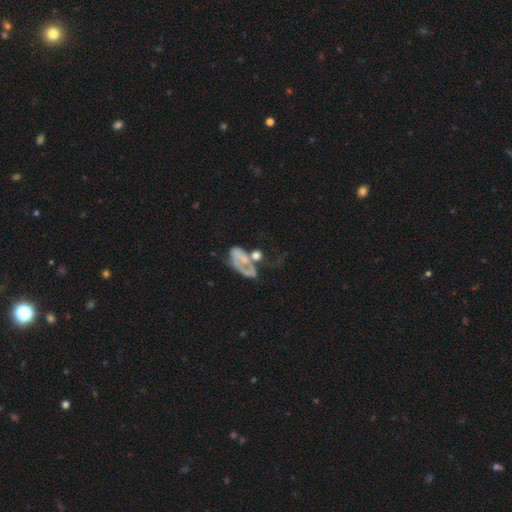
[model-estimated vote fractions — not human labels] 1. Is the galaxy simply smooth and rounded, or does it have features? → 44% featured or disk, 43% smooth, 13% star or artifact.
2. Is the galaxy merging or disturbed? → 33% merger, 26% major disturbance, 25% none, 16% minor disturbance.